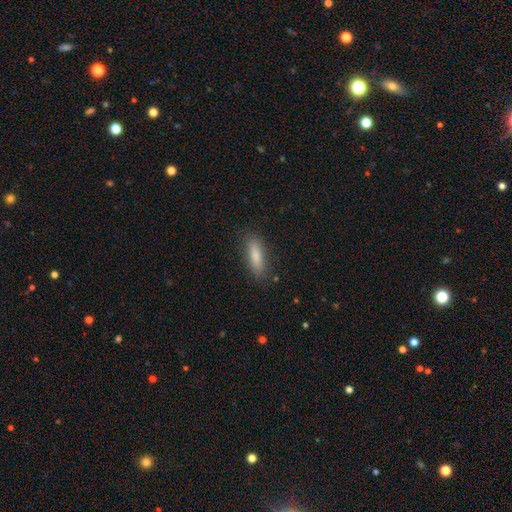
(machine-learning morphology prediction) Smooth or featured: smooth — 82% (featured or disk — 12%)
How rounded: cigar-shaped — 53% (in between — 45%)
Merging: none — 84% (minor disturbance — 12%)